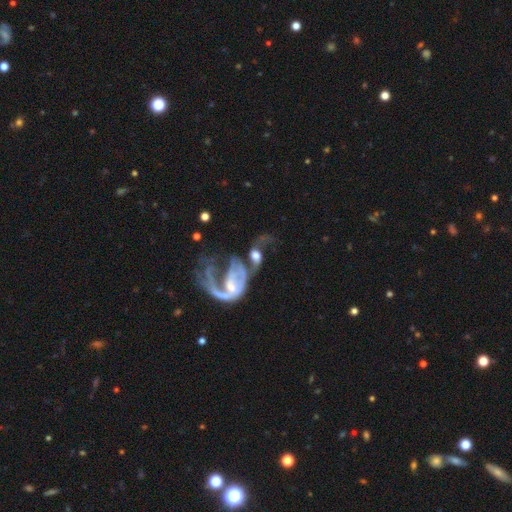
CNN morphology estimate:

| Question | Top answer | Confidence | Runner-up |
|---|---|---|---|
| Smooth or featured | featured or disk | 67% | smooth (24%) |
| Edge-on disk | no | 95% | yes (5%) |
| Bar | no | 64% | weak (27%) |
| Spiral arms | yes | 71% | no (29%) |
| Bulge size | moderate | 43% | small (26%) |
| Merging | merger | 53% | major disturbance (26%) |